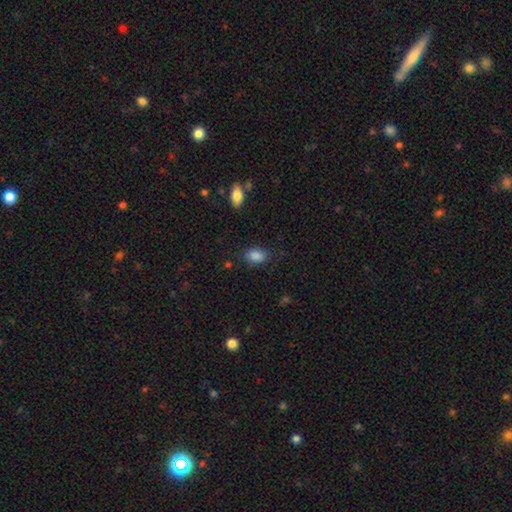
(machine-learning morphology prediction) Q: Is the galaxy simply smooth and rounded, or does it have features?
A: smooth — 87%.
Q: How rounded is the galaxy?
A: in between — 85%.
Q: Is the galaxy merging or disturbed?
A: none — 78%.